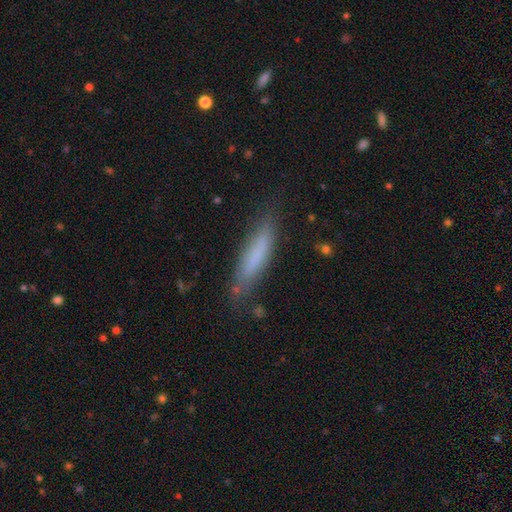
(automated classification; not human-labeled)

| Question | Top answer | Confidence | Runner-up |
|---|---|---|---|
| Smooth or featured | smooth | 70% | featured or disk (23%) |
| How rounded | cigar-shaped | 81% | in between (18%) |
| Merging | none | 76% | minor disturbance (17%) |